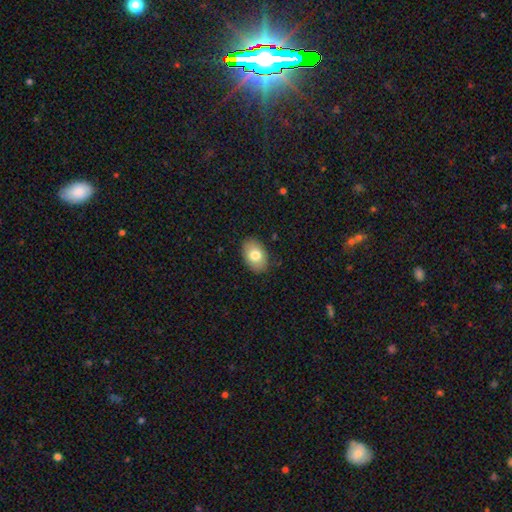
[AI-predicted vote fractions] This is likely a smooth galaxy (77%). How rounded: clearly in between (83%). Merging: clearly none (89%).